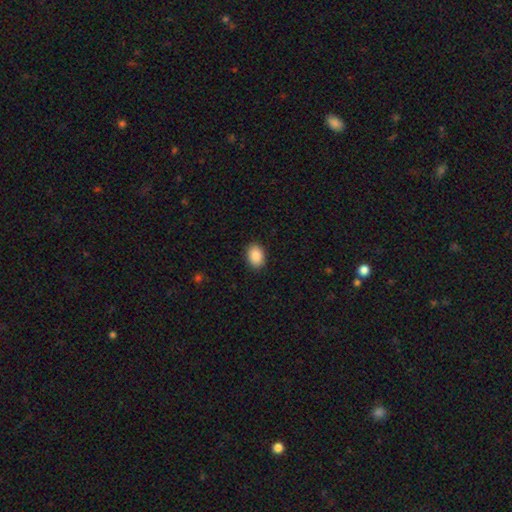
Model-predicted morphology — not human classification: The model was most divided on "how rounded": in between: 80%, round: 19%, cigar-shaped: 1%. More confident: smooth or featured — smooth (90%); merging — none (90%).